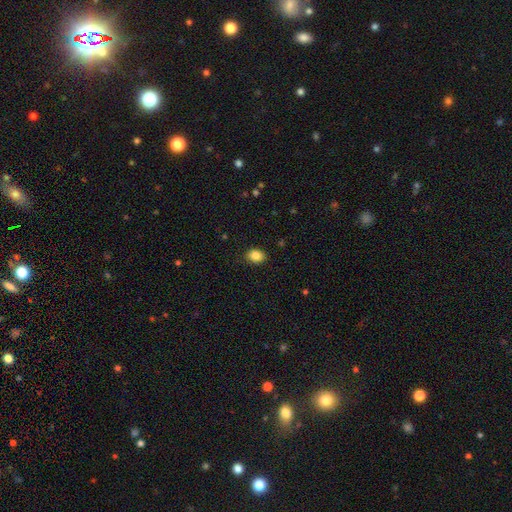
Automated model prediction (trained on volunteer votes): Smooth or featured: smooth — 86% (star or artifact — 9%)
How rounded: in between — 57% (round — 42%)
Merging: none — 86% (minor disturbance — 10%)